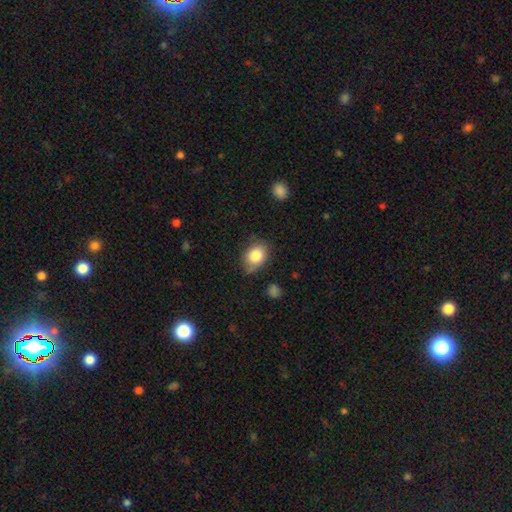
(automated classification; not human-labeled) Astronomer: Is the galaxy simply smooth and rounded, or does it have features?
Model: smooth — 82%.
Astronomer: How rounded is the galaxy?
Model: in between — 69%.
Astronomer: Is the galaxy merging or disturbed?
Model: none — 71%.